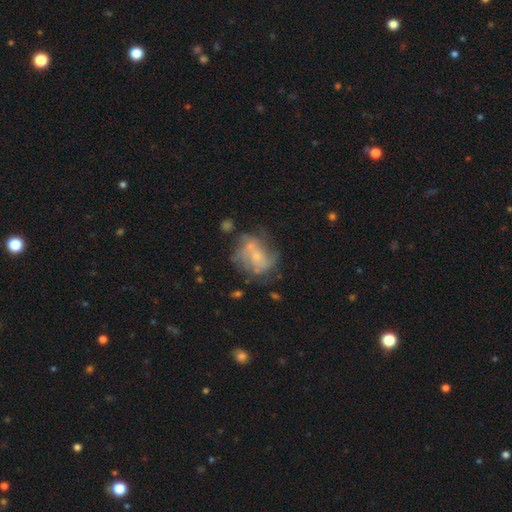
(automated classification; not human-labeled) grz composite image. It shows a featured or disk galaxy (64%) with no bar (68%), spiral arms (67%) and a small central bulge (71%). Merging: none (47%).